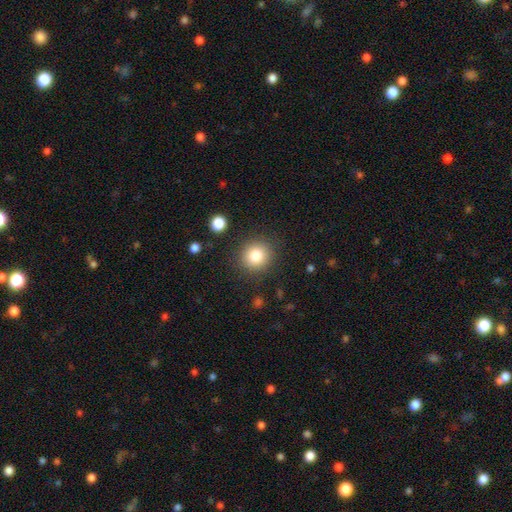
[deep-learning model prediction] Q: Smooth or featured?
A: smooth (82%); runner-up: star or artifact (11%)
Q: How rounded?
A: round (89%); runner-up: in between (10%)
Q: Merging?
A: none (87%); runner-up: minor disturbance (8%)